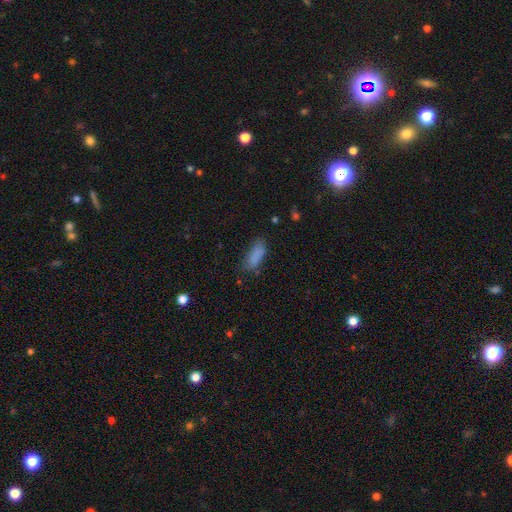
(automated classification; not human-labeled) Smooth or featured?
  - smooth: 83% *
  - star or artifact: 10%
  - featured or disk: 7%
How rounded?
  - in between: 73% *
  - cigar-shaped: 24%
  - round: 2%
Merging?
  - none: 64% *
  - minor disturbance: 24%
  - major disturbance: 9%
  - merger: 3%